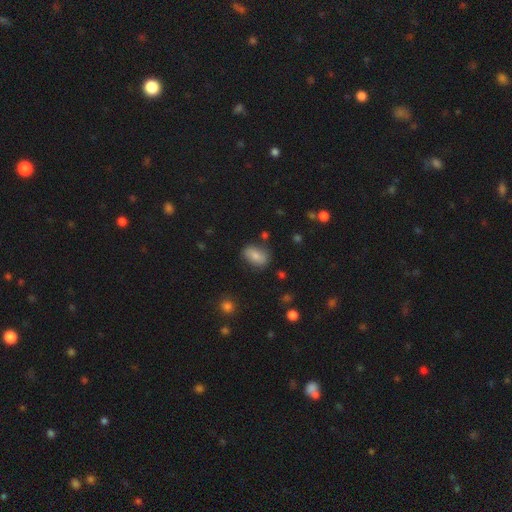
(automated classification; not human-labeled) Smooth or featured?
  - smooth: 77% *
  - featured or disk: 15%
  - star or artifact: 9%
How rounded?
  - in between: 86% *
  - round: 12%
  - cigar-shaped: 3%
Merging?
  - none: 77% *
  - minor disturbance: 16%
  - major disturbance: 4%
  - merger: 3%